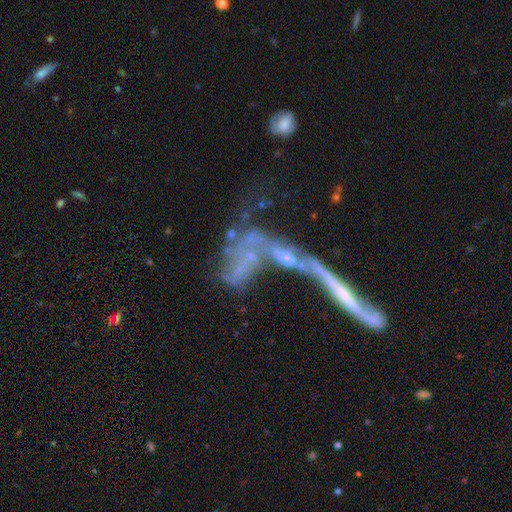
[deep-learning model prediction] This is likely a featured or disk galaxy (64%). It is likely not viewed edge-on (67%). Merging: possibly merger (59%).